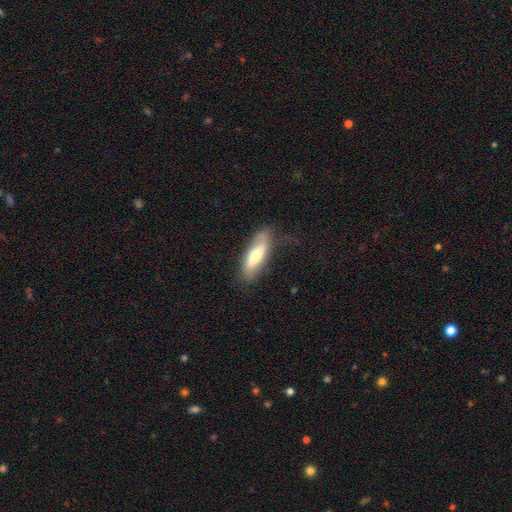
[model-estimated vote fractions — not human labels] smooth 52%, featured or disk 43%, star or artifact 6%. Down the decision tree: how rounded — in between (60%); merging — none (70%).